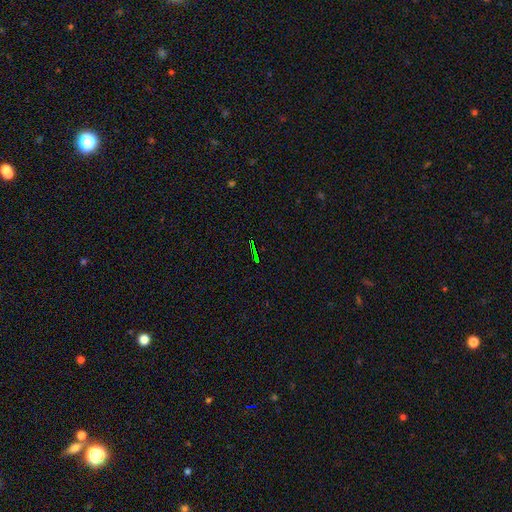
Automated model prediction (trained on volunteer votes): Smooth or featured? star or artifact (74%)